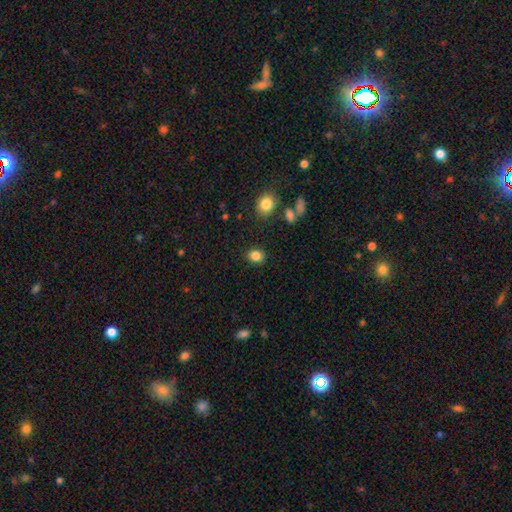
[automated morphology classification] A smooth galaxy with no disk features (85%) that is round (53%). Merging: none (87%).